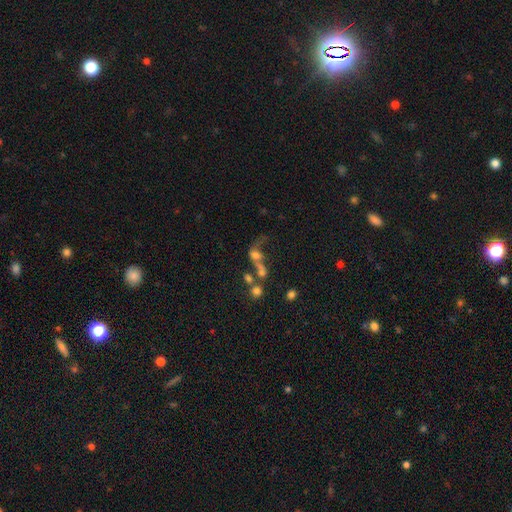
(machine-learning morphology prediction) Q: Smooth or featured?
A: smooth (42%); runner-up: featured or disk (38%)
Q: Merging?
A: merger (43%); runner-up: major disturbance (28%)